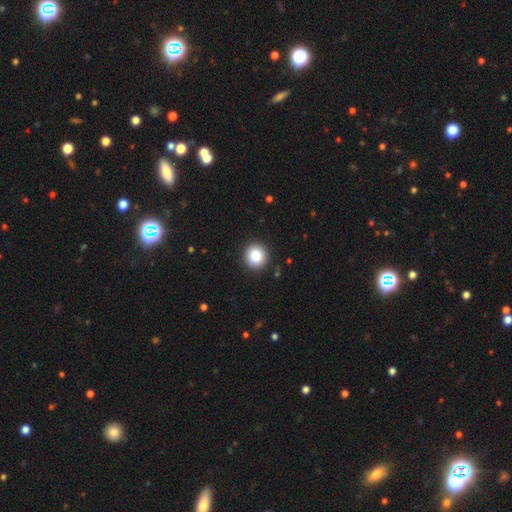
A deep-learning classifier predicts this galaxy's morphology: Smooth or featured?
  - smooth: 85% *
  - star or artifact: 9%
  - featured or disk: 6%
How rounded?
  - round: 92% *
  - in between: 7%
  - cigar-shaped: 1%
Merging?
  - none: 92% *
  - minor disturbance: 5%
  - major disturbance: 2%
  - merger: 1%